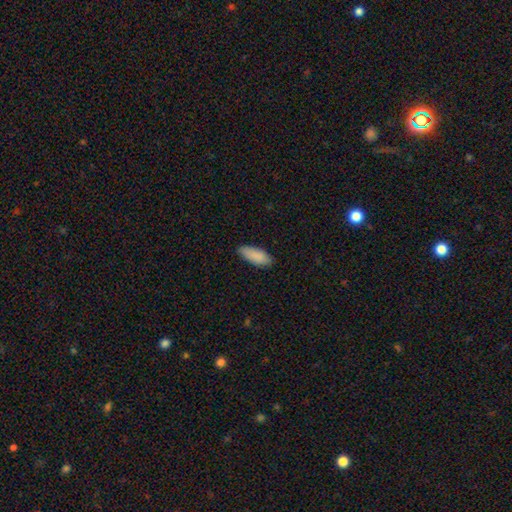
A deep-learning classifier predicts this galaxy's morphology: Smooth or featured?
  - smooth: 89% *
  - star or artifact: 6%
  - featured or disk: 5%
How rounded?
  - in between: 78% *
  - cigar-shaped: 21%
  - round: 2%
Merging?
  - none: 84% *
  - minor disturbance: 13%
  - major disturbance: 2%
  - merger: 1%